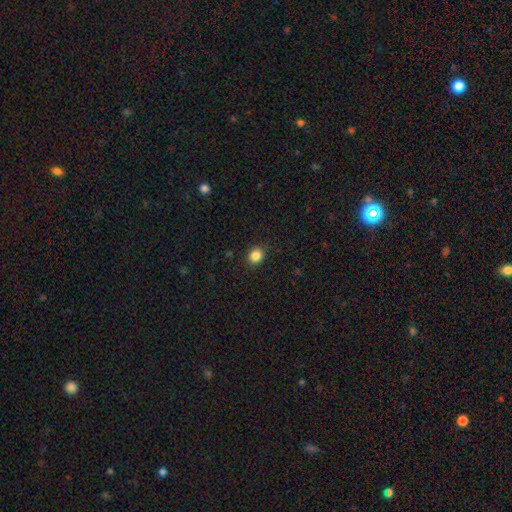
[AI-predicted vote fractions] smooth_or_featured: smooth (p=0.85) [alt: star or artifact p=0.11]
how_rounded: round (p=0.75) [alt: in between p=0.24]
merging: none (p=0.90) [alt: minor disturbance p=0.07]